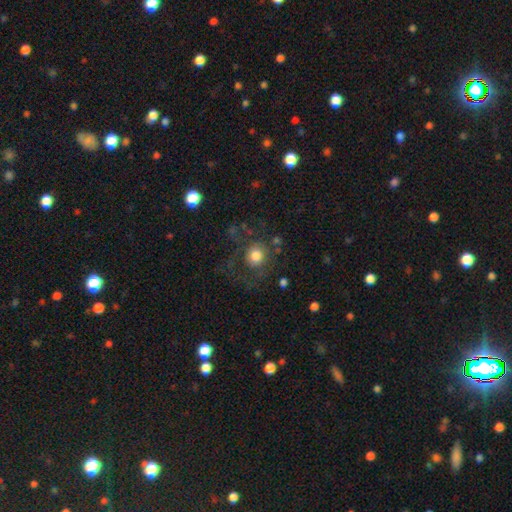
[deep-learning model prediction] Smooth or featured? Predicted: smooth (p=0.71). How rounded? Predicted: round (p=0.84). Merging? Predicted: none (p=0.58).